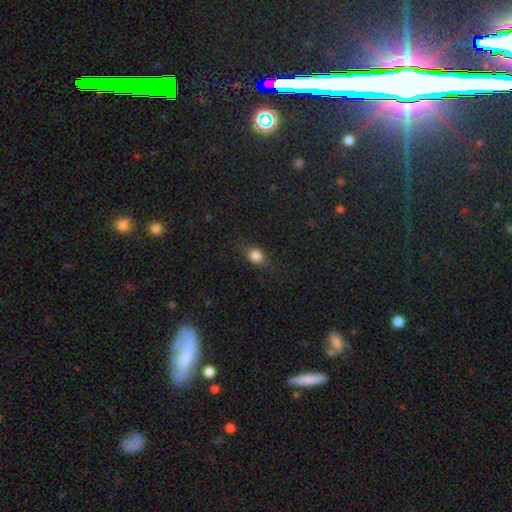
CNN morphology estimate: Smooth or featured?
  - smooth: 79% *
  - star or artifact: 12%
  - featured or disk: 9%
How rounded?
  - in between: 48% *
  - round: 47%
  - cigar-shaped: 4%
Merging?
  - none: 78% *
  - minor disturbance: 15%
  - major disturbance: 5%
  - merger: 1%